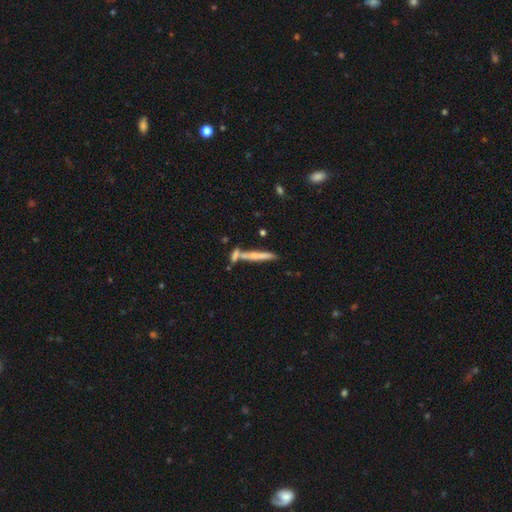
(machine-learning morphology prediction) This appears to be a smooth galaxy with no disk features (48%). Merging: none (61%).